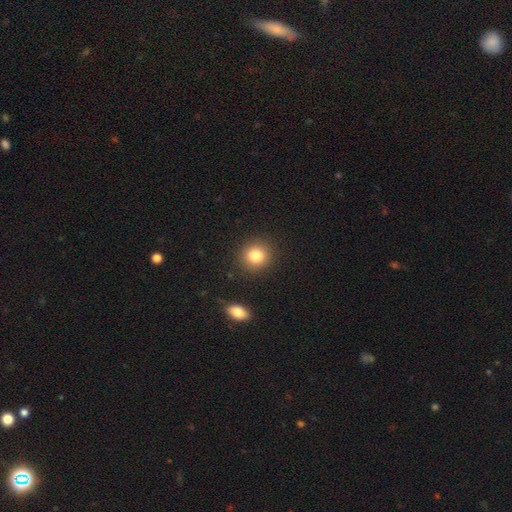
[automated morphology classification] The model was most divided on "smooth or featured": smooth: 82%, star or artifact: 11%, featured or disk: 7%. More confident: merging — none (89%); how rounded — round (86%).